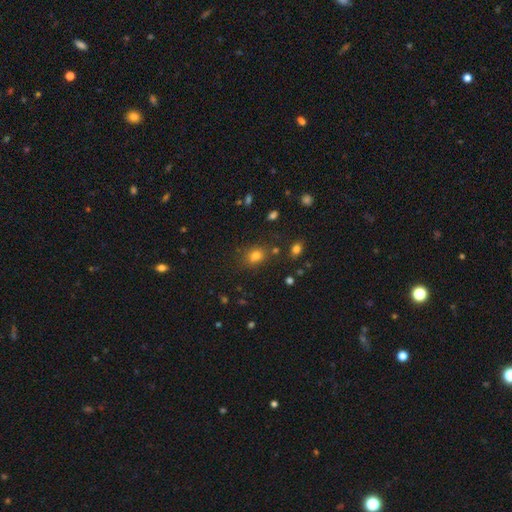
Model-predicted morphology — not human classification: Smooth or featured? Predicted: smooth (p=0.74). How rounded? Predicted: round (p=0.59). Merging? Predicted: none (p=0.76).